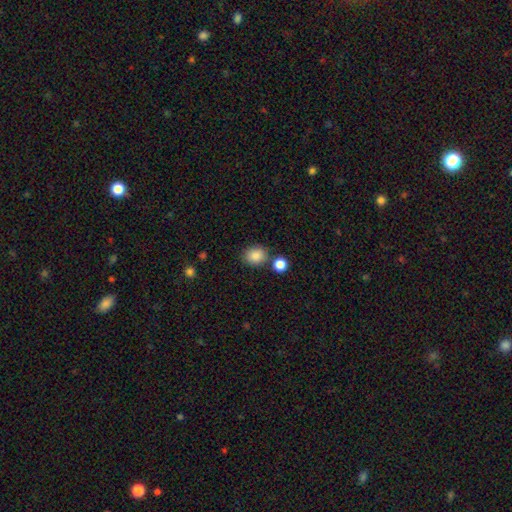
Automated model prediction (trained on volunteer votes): smooth-or-featured: smooth: 87% | star or artifact: 9% | featured or disk: 4%
  how-rounded: round: 63% | in between: 36% | cigar-shaped: 1%
  merging: none: 76% | minor disturbance: 11% | merger: 9% | major disturbance: 3%